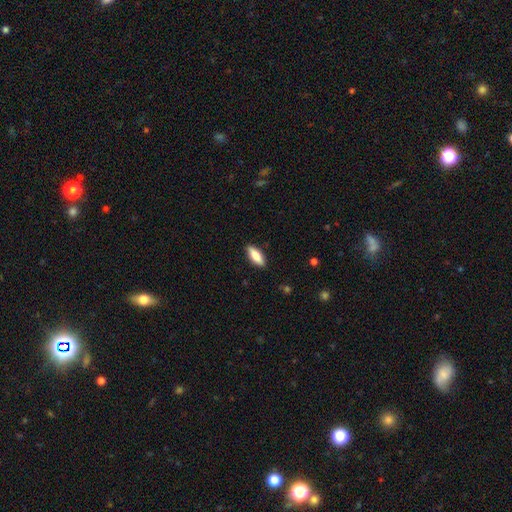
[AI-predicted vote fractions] A smooth galaxy with no disk features (83%) that is in between round and cigar-shaped (68%).

Vote fractions:
- Smooth or featured? smooth: 83% / featured or disk: 11% / star or artifact: 6%
- How rounded? in between: 68% / cigar-shaped: 30% / round: 2%
- Merging? none: 89% / minor disturbance: 9% / major disturbance: 2% / merger: 1%